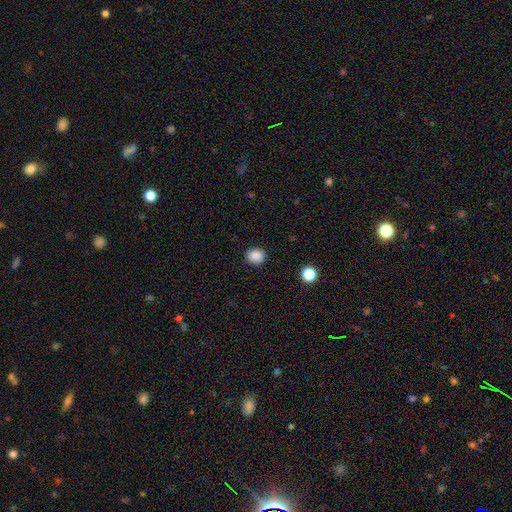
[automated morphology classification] A smooth galaxy with no disk features (87%) that is round (68%). Merging: none (87%).